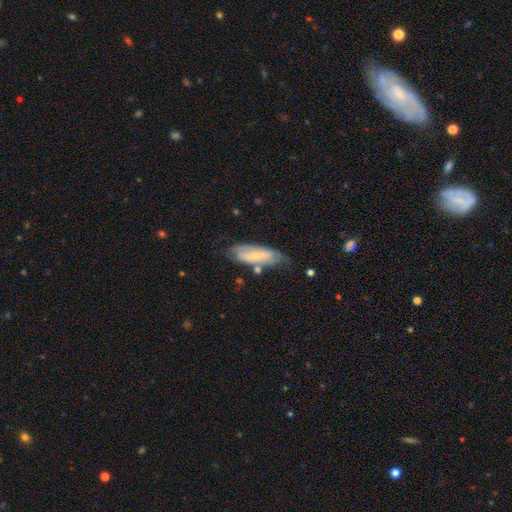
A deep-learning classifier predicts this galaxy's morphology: Overall: smooth (51%; featured or disk 42%). How rounded: in between (59%; cigar-shaped 39%). Merging: none (58%; minor disturbance 26%).